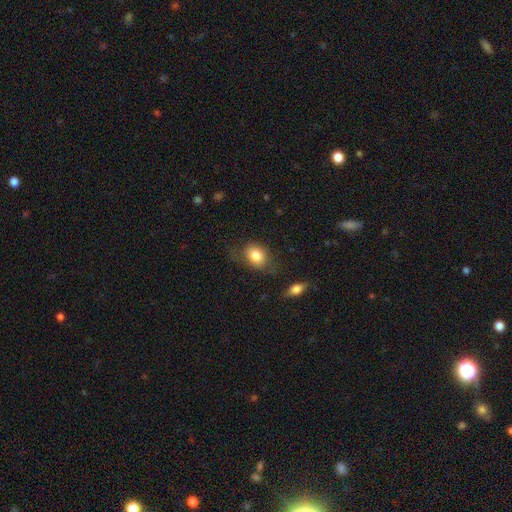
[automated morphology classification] Smooth or featured? smooth (80%)
How rounded? in between (66%)
Merging? none (64%)